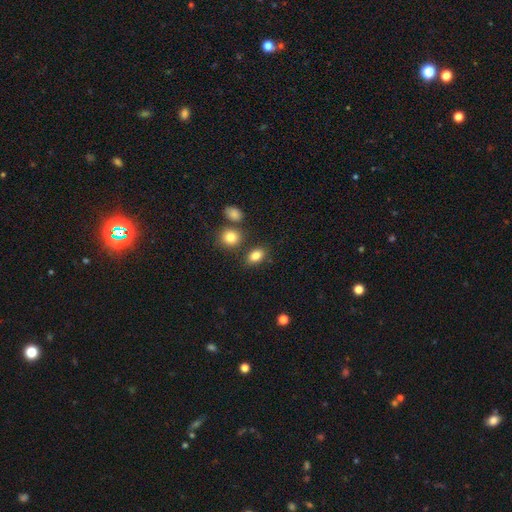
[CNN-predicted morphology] The model was most divided on "how rounded": in between: 80%, round: 18%, cigar-shaped: 2%. More confident: smooth or featured — smooth (83%); merging — none (77%).